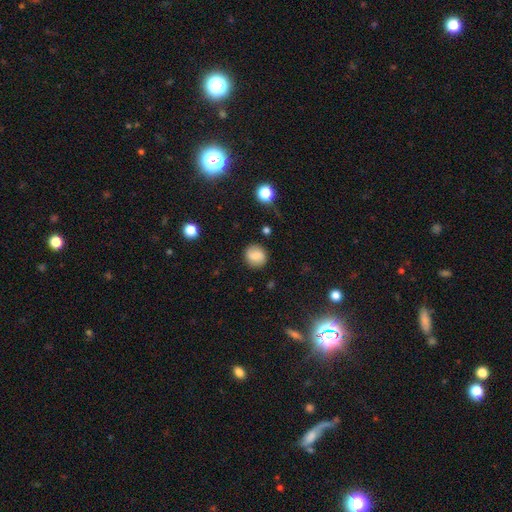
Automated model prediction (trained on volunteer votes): smooth 76%, featured or disk 15%, star or artifact 9%. Down the decision tree: how rounded — round (86%); merging — none (84%).